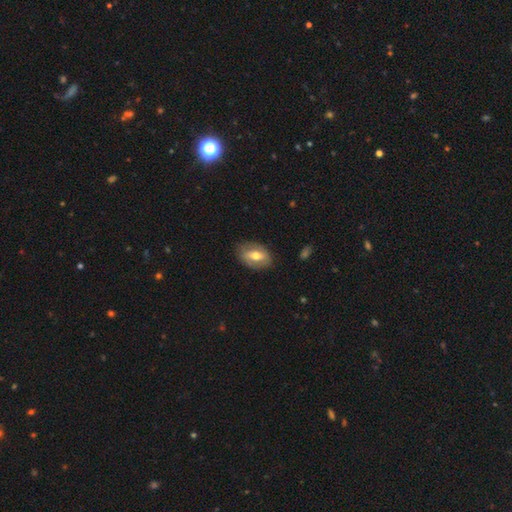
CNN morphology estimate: A smooth galaxy with no disk features (50%). Merging: none (80%).